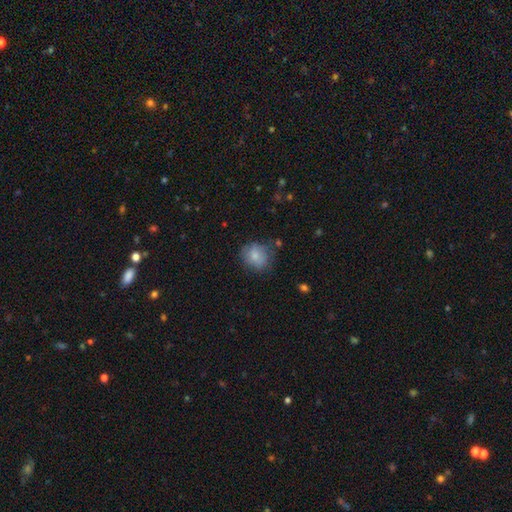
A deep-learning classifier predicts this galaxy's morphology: A smooth galaxy with no disk features (78%) that is round (72%). Merging: none (66%).